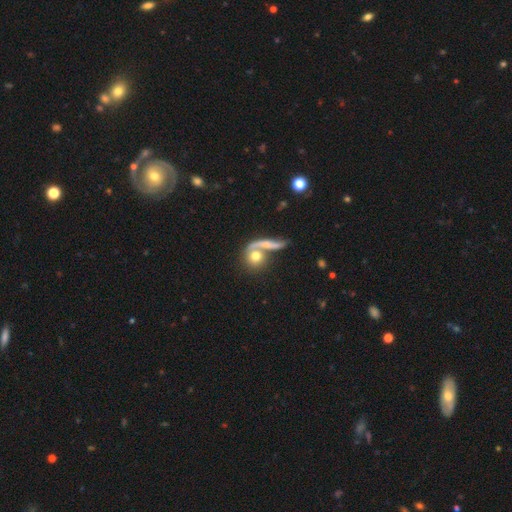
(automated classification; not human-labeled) smooth-or-featured: smooth: 49% | featured or disk: 37% | star or artifact: 14%
  merging: none: 46% | merger: 34% | minor disturbance: 11% | major disturbance: 9%